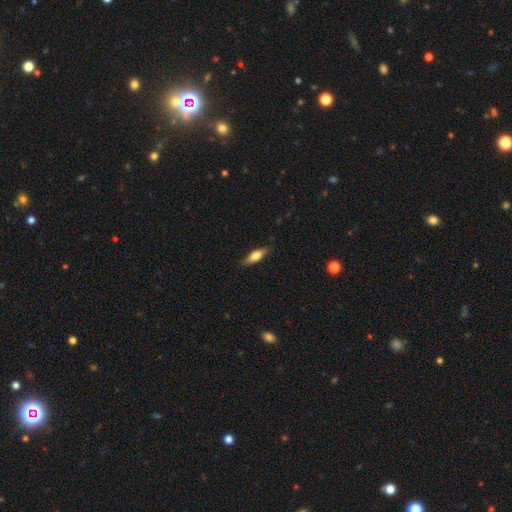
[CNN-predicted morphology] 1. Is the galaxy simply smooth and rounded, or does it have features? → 68% smooth, 25% featured or disk, 7% star or artifact.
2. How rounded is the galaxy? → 58% in between, 39% cigar-shaped, 3% round.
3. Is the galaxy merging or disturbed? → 82% none, 14% minor disturbance, 3% major disturbance, 1% merger.